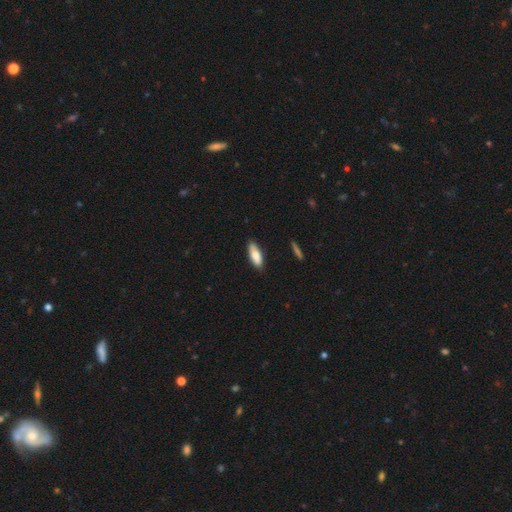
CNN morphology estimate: Overall: smooth (80%). How rounded: in between (65%; cigar-shaped 33%). Merging: none (81%).